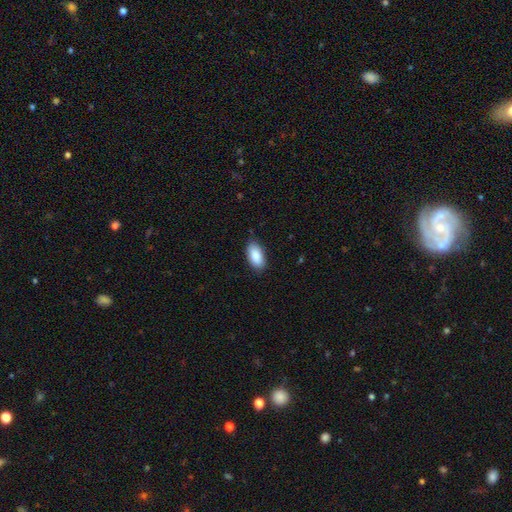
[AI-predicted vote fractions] A smooth galaxy with no disk features (89%) that is in between round and cigar-shaped (93%).

Vote fractions:
- Smooth or featured? smooth: 89% / star or artifact: 6% / featured or disk: 5%
- How rounded? in between: 93% / cigar-shaped: 5% / round: 2%
- Merging? none: 84% / minor disturbance: 13% / major disturbance: 2% / merger: 1%